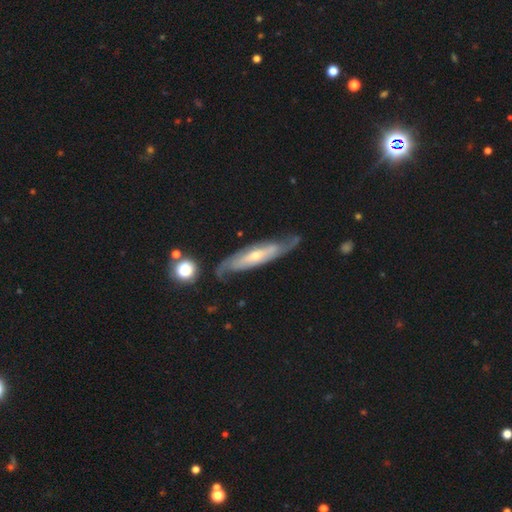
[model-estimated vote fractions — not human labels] smooth-or-featured: featured or disk: 77% | smooth: 18% | star or artifact: 5%
  disk-edge-on: no: 67% | yes: 33%
    bar: no: 51% | weak: 31% | strong: 18%
    has-spiral-arms: yes: 89% | no: 11%
    bulge-size: small: 52% | moderate: 43% | large: 2% | none: 1% | dominant: 1%
  merging: none: 70% | minor disturbance: 20% | major disturbance: 8% | merger: 3%